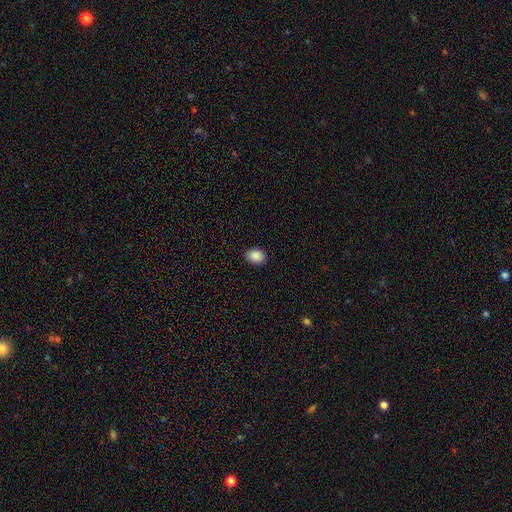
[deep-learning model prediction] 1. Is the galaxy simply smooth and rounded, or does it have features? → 89% smooth, 8% star or artifact, 3% featured or disk.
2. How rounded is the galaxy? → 68% in between, 31% round, 1% cigar-shaped.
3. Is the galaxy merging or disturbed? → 90% none, 8% minor disturbance, 2% major disturbance, 1% merger.